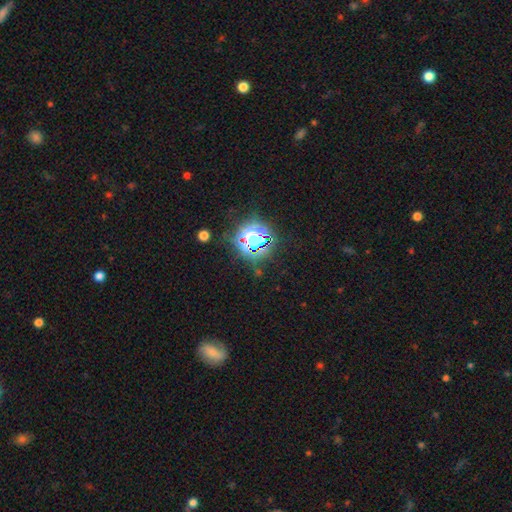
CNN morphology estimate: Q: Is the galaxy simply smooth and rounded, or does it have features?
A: star or artifact — 73%.